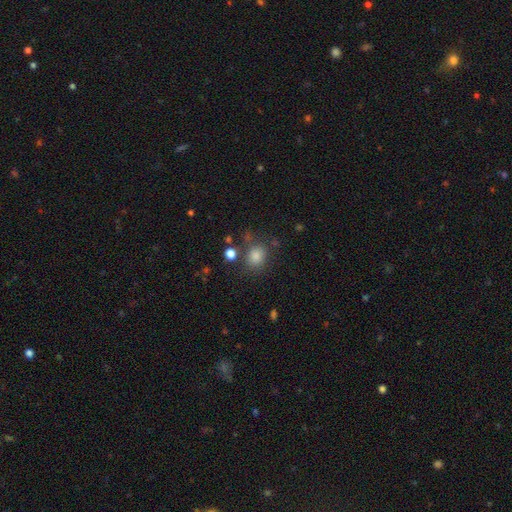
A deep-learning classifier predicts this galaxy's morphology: Overall: smooth (80%). How rounded: round (76%). Merging: none (76%).